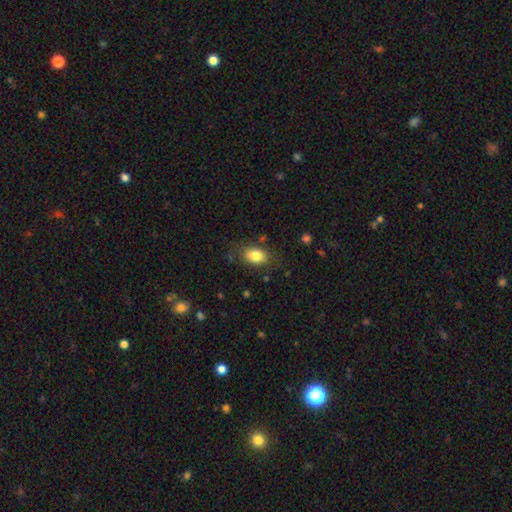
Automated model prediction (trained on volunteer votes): smooth_or_featured: smooth (p=0.83) [alt: featured or disk p=0.09]
how_rounded: in between (p=0.83) [alt: round p=0.16]
merging: none (p=0.80) [alt: minor disturbance p=0.14]